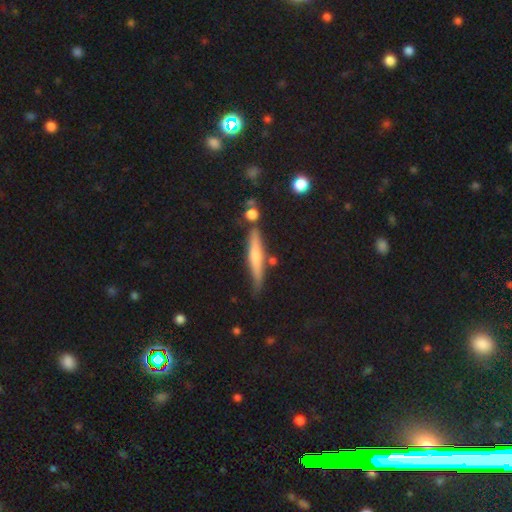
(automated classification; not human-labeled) smooth_or_featured: smooth (p=0.50) [alt: featured or disk p=0.44]
merging: none (p=0.72) [alt: minor disturbance p=0.17]